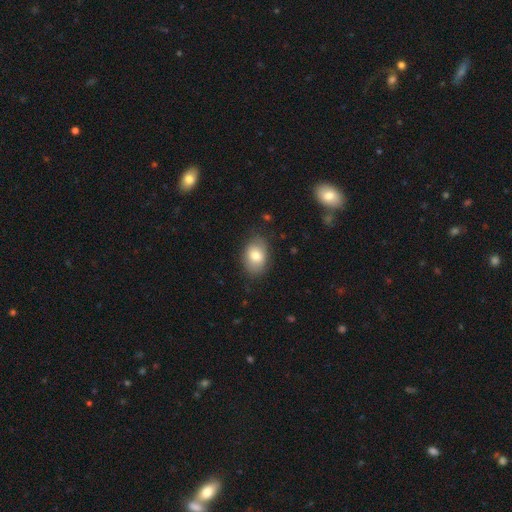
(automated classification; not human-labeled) smooth 78%, featured or disk 14%, star or artifact 7%. Down the decision tree: how rounded — in between (82%); merging — none (81%).